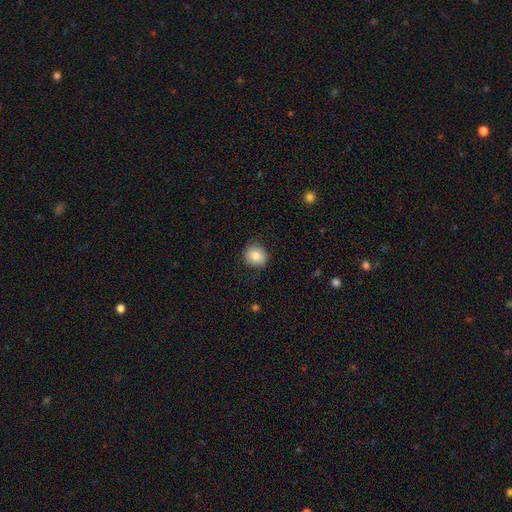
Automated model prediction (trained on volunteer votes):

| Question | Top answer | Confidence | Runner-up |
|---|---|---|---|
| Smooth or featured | smooth | 81% | featured or disk (11%) |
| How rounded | round | 90% | in between (9%) |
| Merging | none | 86% | minor disturbance (11%) |